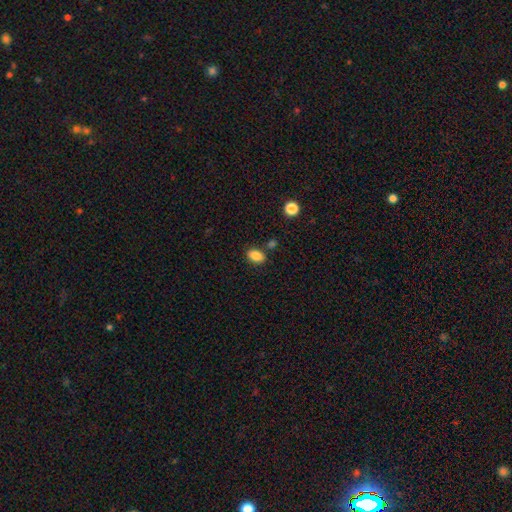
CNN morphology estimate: Q: Smooth or featured?
A: smooth (87%); runner-up: star or artifact (9%)
Q: How rounded?
A: in between (85%); runner-up: round (14%)
Q: Merging?
A: none (79%); runner-up: minor disturbance (12%)